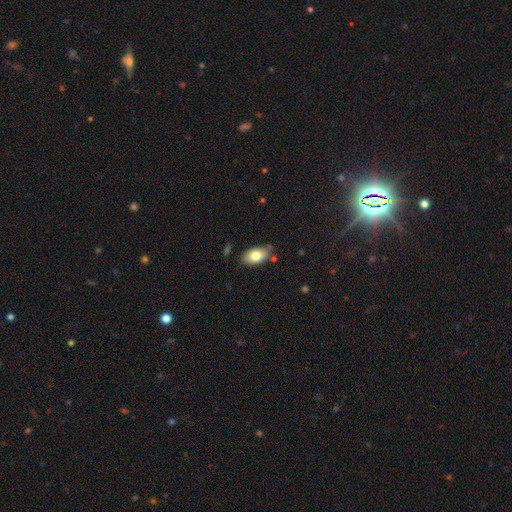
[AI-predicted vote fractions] Morphology: type=smooth (80%); roundness=in between (93%); merging=none (78%).